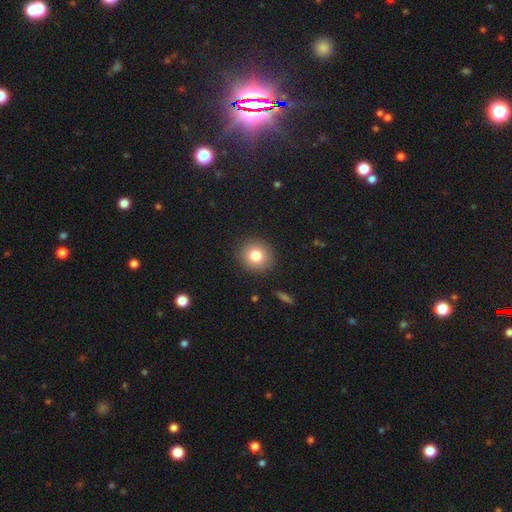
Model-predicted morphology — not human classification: type=smooth (81%); roundness=round (89%); merging=none (90%).